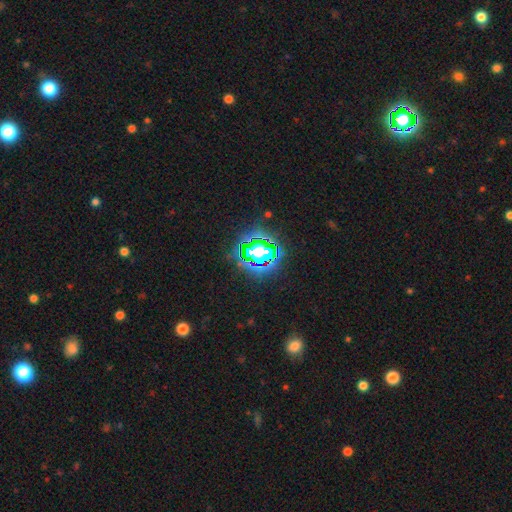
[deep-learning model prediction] Smooth or featured? star or artifact (62%)